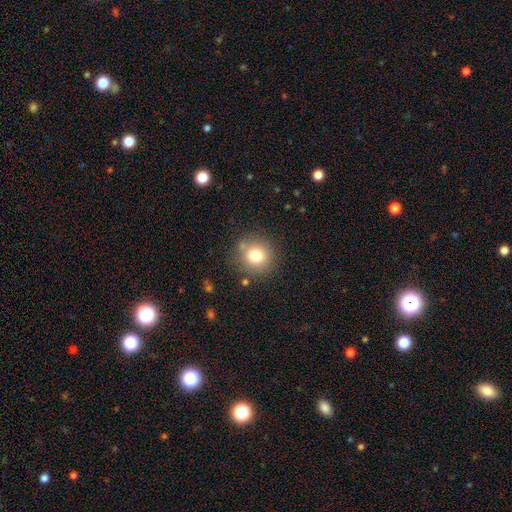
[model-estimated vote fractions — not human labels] Morphology: type=smooth (77%); roundness=round (91%); merging=none (82%).